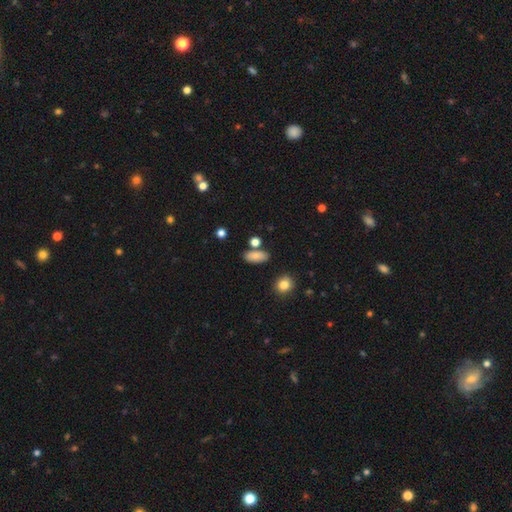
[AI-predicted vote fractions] Q: Smooth or featured?
A: smooth (83%); runner-up: star or artifact (10%)
Q: How rounded?
A: in between (83%); runner-up: cigar-shaped (9%)
Q: Merging?
A: none (73%); runner-up: minor disturbance (13%)